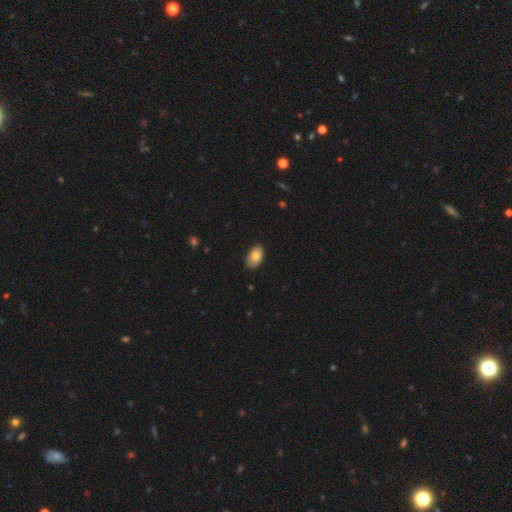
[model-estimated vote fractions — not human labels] smooth-or-featured: smooth: 80% | featured or disk: 13% | star or artifact: 7%
  how-rounded: in between: 92% | round: 7% | cigar-shaped: 1%
  merging: none: 82% | minor disturbance: 15% | major disturbance: 2% | merger: 1%